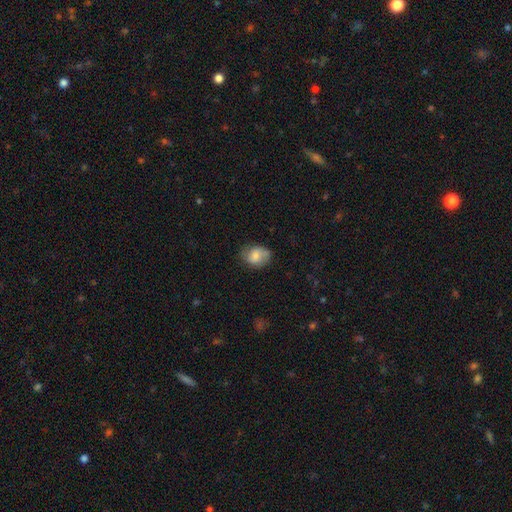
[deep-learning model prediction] Overall: smooth (68%). How rounded: in between (55%; round 44%). Merging: none (63%; minor disturbance 27%).